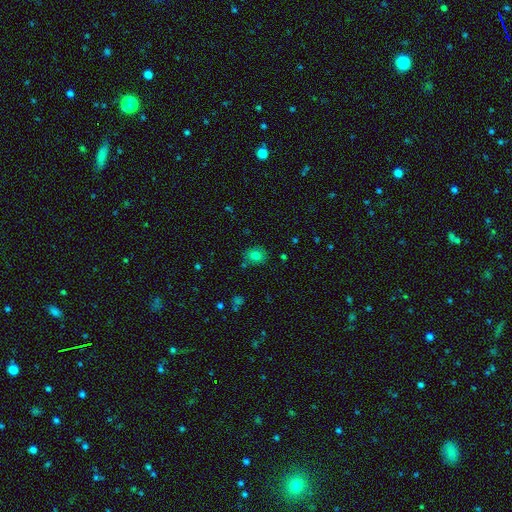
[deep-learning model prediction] Smooth or featured? smooth (78%)
How rounded? round (60%)
Merging? none (80%)